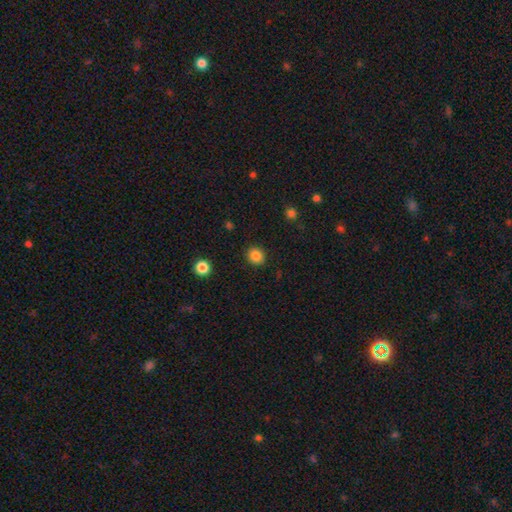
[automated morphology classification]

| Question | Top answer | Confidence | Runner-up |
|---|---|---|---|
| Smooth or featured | smooth | 86% | star or artifact (10%) |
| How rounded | round | 85% | in between (14%) |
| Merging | none | 91% | minor disturbance (6%) |